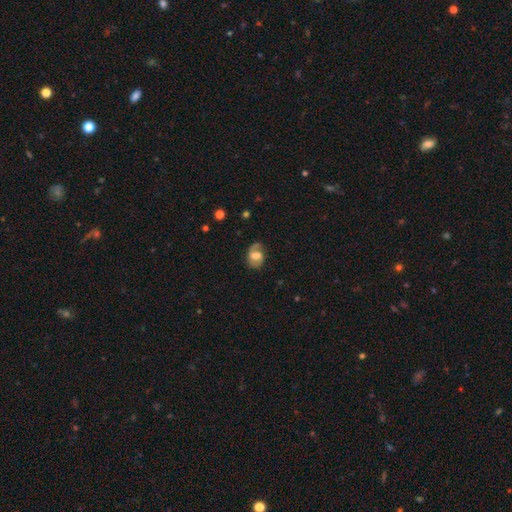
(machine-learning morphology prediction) This is likely a featured or disk galaxy (61%). It is clearly not viewed edge-on (97%). Bar: possibly weak (48%). Spiral arm pattern: clearly yes (87%). Spiral arm count: likely 2 (66%). Spiral winding: possibly medium (46%). Central bulge: possibly moderate (45%). Merging: likely none (64%).